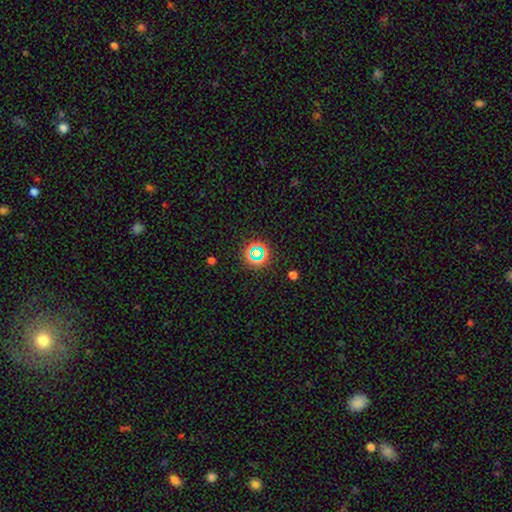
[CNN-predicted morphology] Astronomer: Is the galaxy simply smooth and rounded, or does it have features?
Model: star or artifact — 62%.